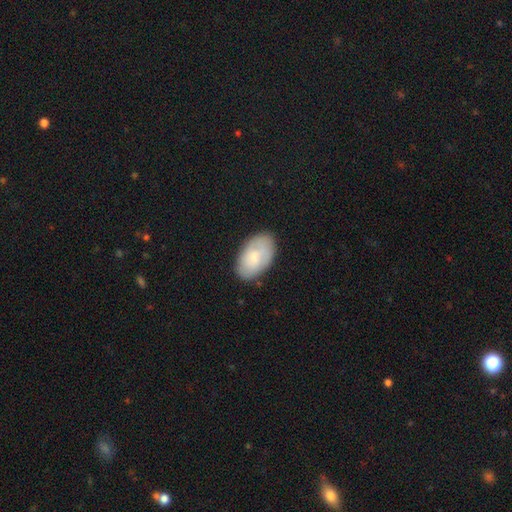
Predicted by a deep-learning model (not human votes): smooth-or-featured: smooth: 74% | featured or disk: 20% | star or artifact: 6%
  how-rounded: in between: 94% | round: 5% | cigar-shaped: 1%
  merging: none: 79% | minor disturbance: 16% | major disturbance: 4% | merger: 1%